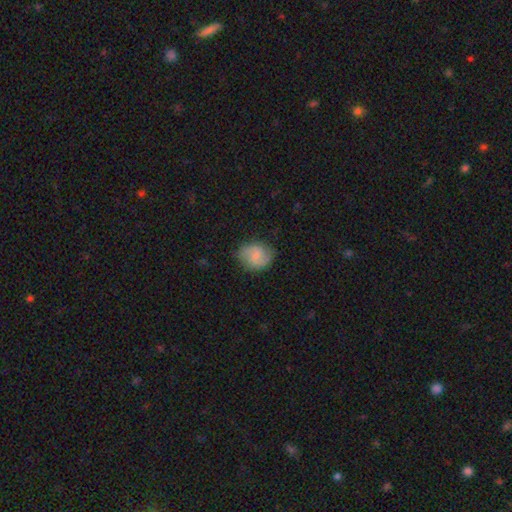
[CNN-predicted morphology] smooth 64%, featured or disk 29%, star or artifact 8%. Down the decision tree: how rounded — round (65%); merging — none (75%).